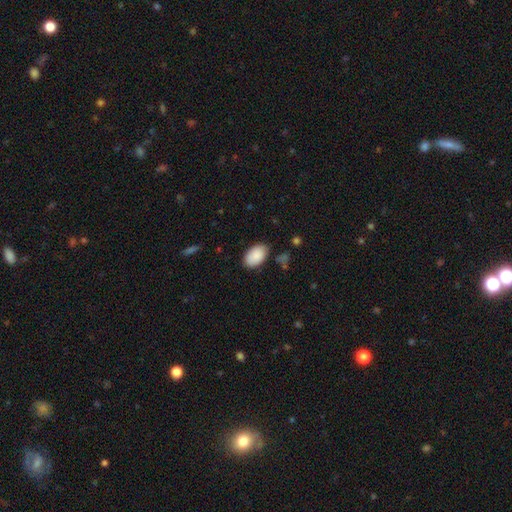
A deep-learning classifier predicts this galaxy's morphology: Smooth or featured? Predicted: smooth (p=0.90). How rounded? Predicted: in between (p=0.94). Merging? Predicted: none (p=0.81).